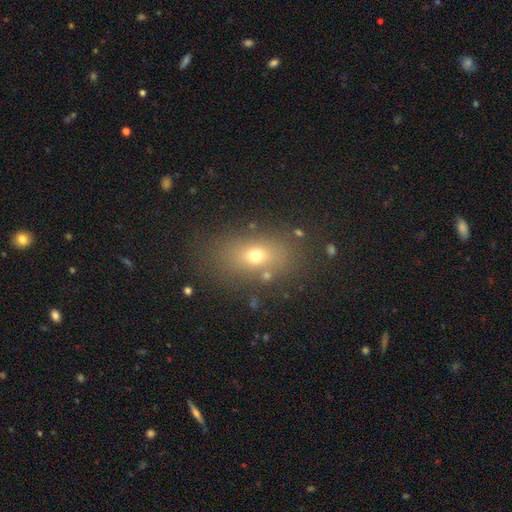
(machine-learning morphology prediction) type=smooth (66%); roundness=in between (74%); merging=none (79%).